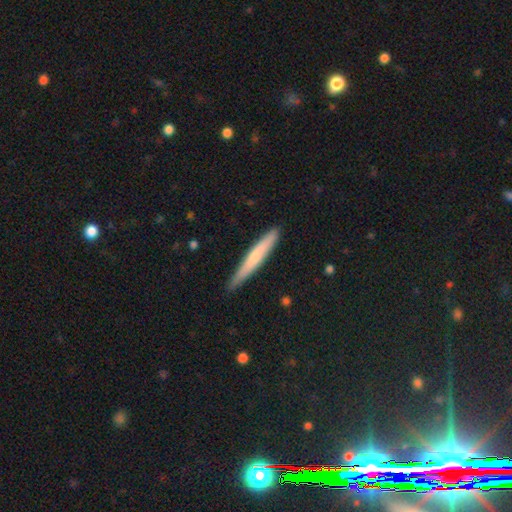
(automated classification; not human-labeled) This appears to be a smooth galaxy with no disk features (62%) that is cigar-shaped (96%). Merging: none (86%).